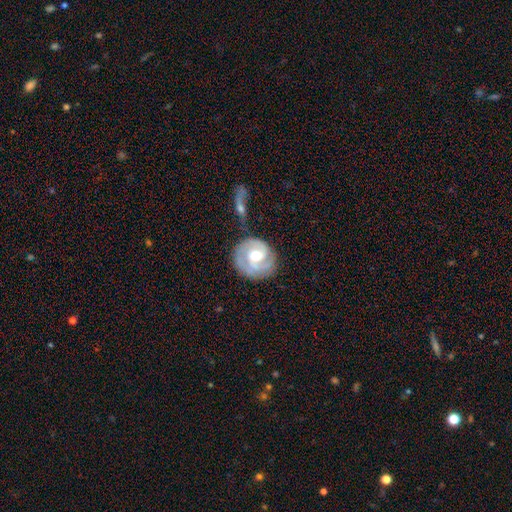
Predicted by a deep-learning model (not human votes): Overall: featured or disk (78%). Edge-on disk: no (97%). Bar: no (50%; weak 40%). Spiral arms: yes (91%). Spiral arm count: 2 (46%; 3 19%). Spiral winding: tight (54%; medium 34%). Bulge size: moderate (77%). Merging: none (69%).